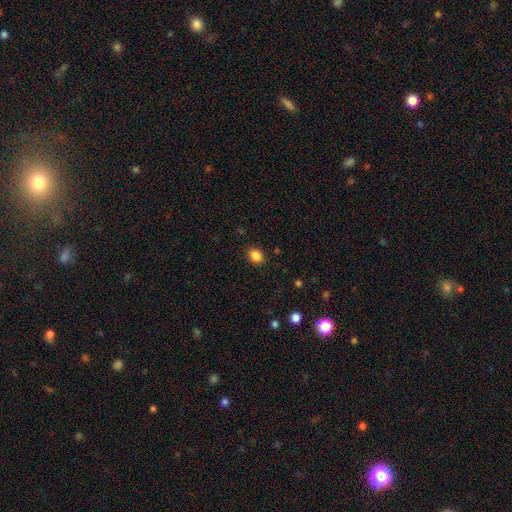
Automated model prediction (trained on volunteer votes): The model was most divided on "how rounded": in between: 53%, round: 46%, cigar-shaped: 1%. More confident: merging — none (88%); smooth or featured — smooth (86%).